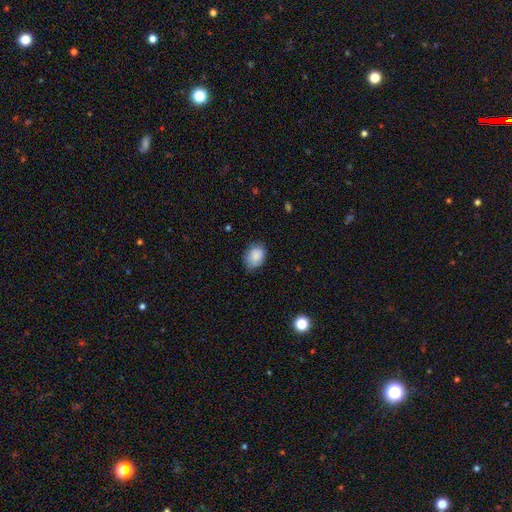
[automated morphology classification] Smooth or featured?
  - smooth: 85% *
  - featured or disk: 8%
  - star or artifact: 8%
How rounded?
  - in between: 67% *
  - round: 32%
  - cigar-shaped: 1%
Merging?
  - none: 71% *
  - minor disturbance: 23%
  - major disturbance: 4%
  - merger: 1%